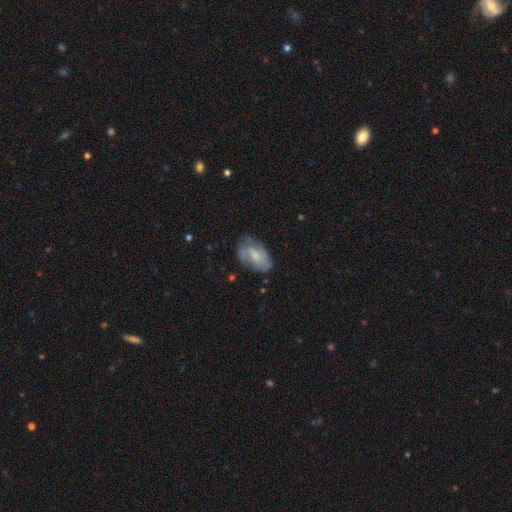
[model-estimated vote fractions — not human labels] Morphology: type=featured or disk (52%); edge-on=no (96%); merging=none (57%).